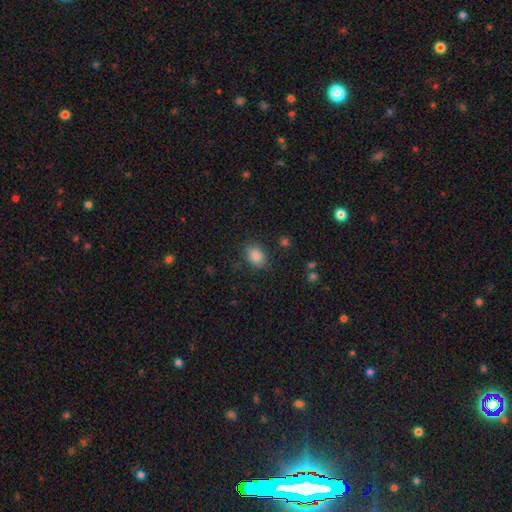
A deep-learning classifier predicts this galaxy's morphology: A smooth galaxy with no disk features (86%) that is in between round and cigar-shaped (74%). Merging: none (82%).